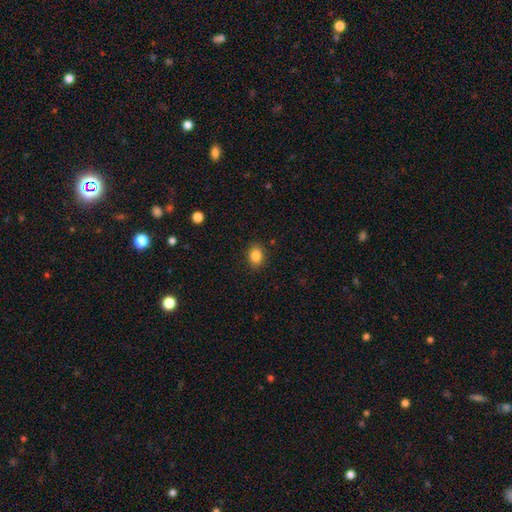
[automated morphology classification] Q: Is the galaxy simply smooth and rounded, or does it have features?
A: smooth — 85%.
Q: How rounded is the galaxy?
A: in between — 58%.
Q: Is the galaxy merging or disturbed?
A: none — 88%.